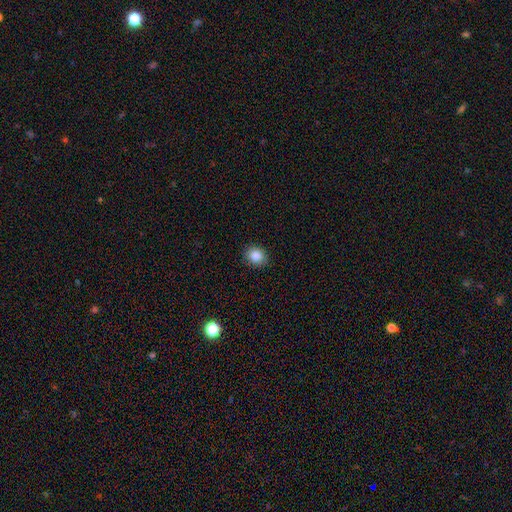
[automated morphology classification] Overall: smooth (86%). How rounded: round (65%; in between 34%). Merging: none (89%).